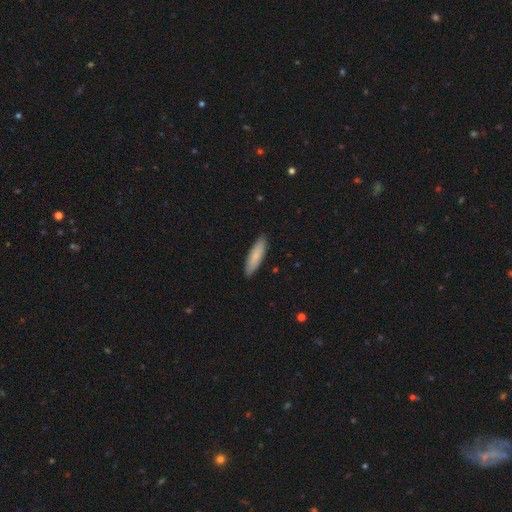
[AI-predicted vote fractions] smooth 82%, featured or disk 12%, star or artifact 5%. Down the decision tree: how rounded — cigar-shaped (66%); merging — none (89%).